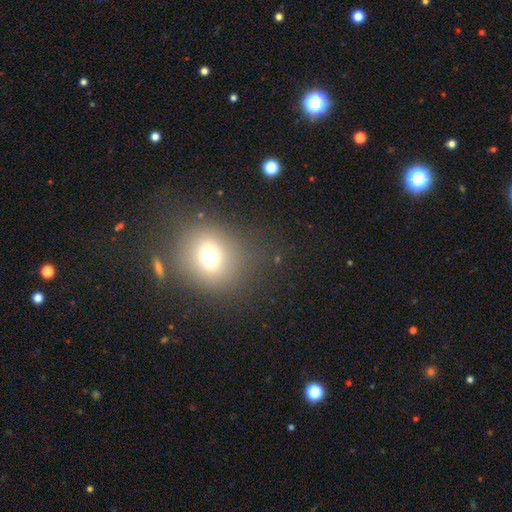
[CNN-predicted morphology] This is possibly a smooth galaxy (58%). How rounded: possibly round (59%). Merging: likely none (79%).